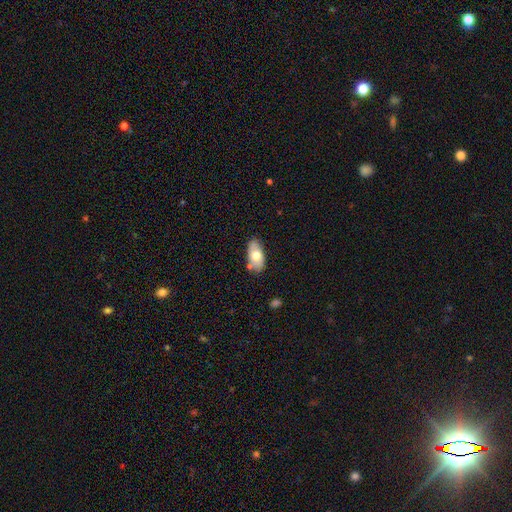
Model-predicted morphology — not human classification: Overall: smooth (67%). How rounded: in between (93%). Merging: none (76%).